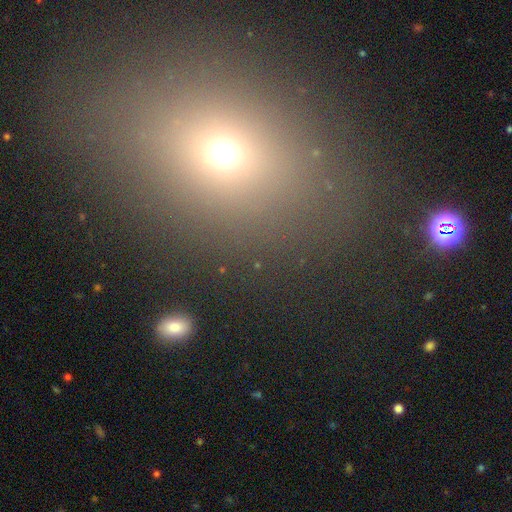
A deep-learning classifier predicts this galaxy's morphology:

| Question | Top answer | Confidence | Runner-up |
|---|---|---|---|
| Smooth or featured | smooth | 60% | star or artifact (28%) |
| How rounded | in between | 55% | round (43%) |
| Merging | none | 82% | minor disturbance (9%) |